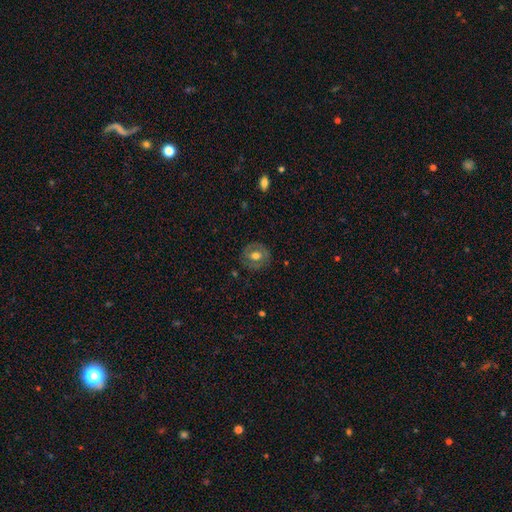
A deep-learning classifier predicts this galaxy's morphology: A smooth galaxy with no disk features (50%) that is round (80%).

Vote fractions:
- Smooth or featured? smooth: 50% / featured or disk: 42% / star or artifact: 7%
- How rounded? round: 80% / in between: 19% / cigar-shaped: 1%
- Merging? none: 81% / minor disturbance: 13% / major disturbance: 4% / merger: 1%